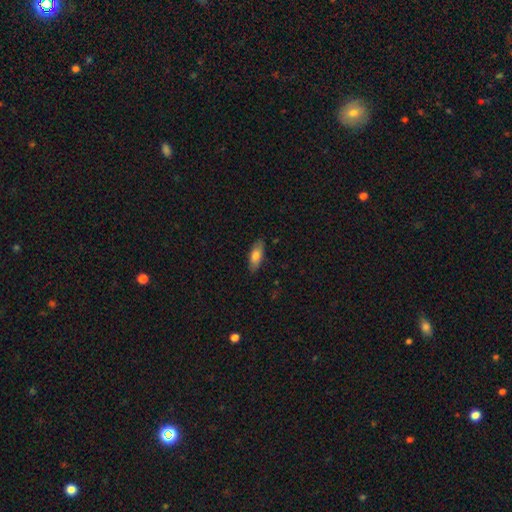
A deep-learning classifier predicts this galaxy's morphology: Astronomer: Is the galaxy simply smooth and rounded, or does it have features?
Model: smooth — 77%.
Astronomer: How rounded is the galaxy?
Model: in between — 73%.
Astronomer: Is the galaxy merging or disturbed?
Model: none — 84%.